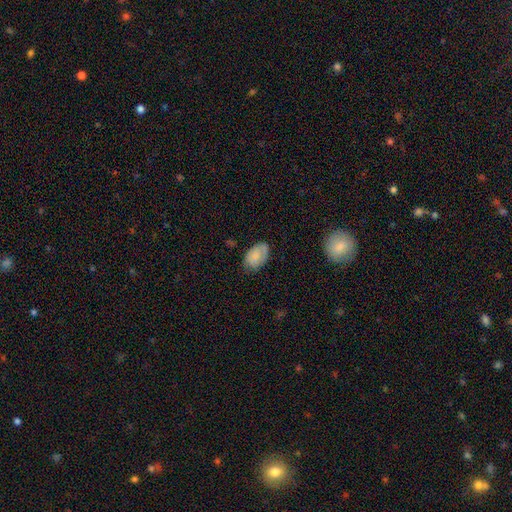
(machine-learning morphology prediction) A smooth galaxy with no disk features (73%) that is in between round and cigar-shaped (91%). Merging: none (67%).